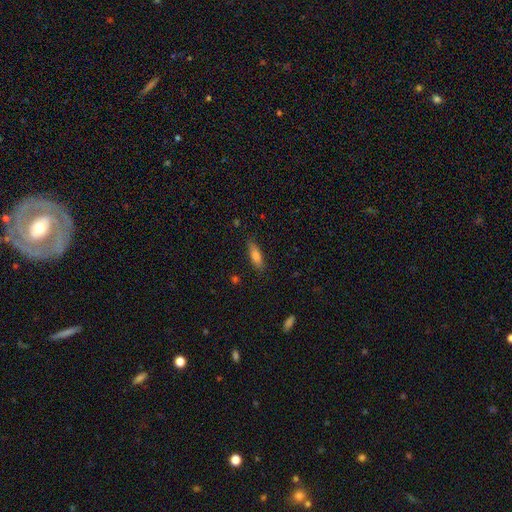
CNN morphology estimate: Smooth or featured: smooth — 71% (featured or disk — 22%)
How rounded: cigar-shaped — 62% (in between — 36%)
Merging: none — 82% (minor disturbance — 13%)